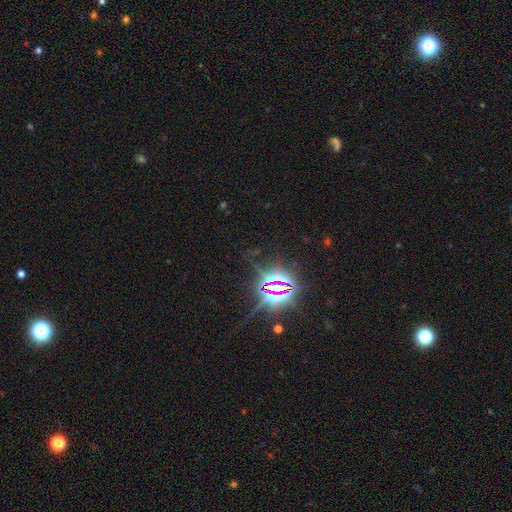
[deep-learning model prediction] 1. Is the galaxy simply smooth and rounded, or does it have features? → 84% star or artifact, 8% smooth, 7% featured or disk.